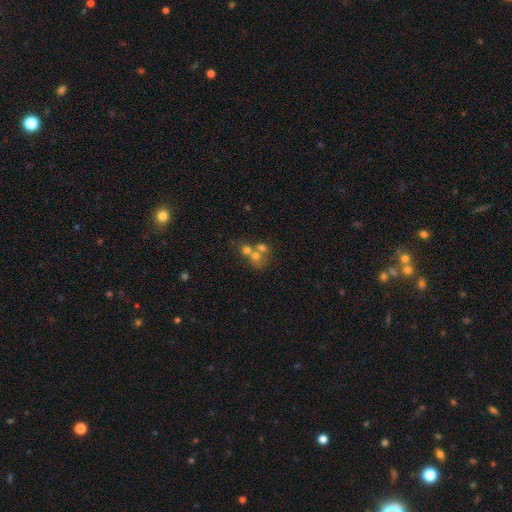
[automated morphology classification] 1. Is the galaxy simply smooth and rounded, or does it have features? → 57% smooth, 27% featured or disk, 16% star or artifact.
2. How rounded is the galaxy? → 73% round, 25% in between, 1% cigar-shaped.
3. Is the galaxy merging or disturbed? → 63% merger, 26% none, 6% minor disturbance, 5% major disturbance.